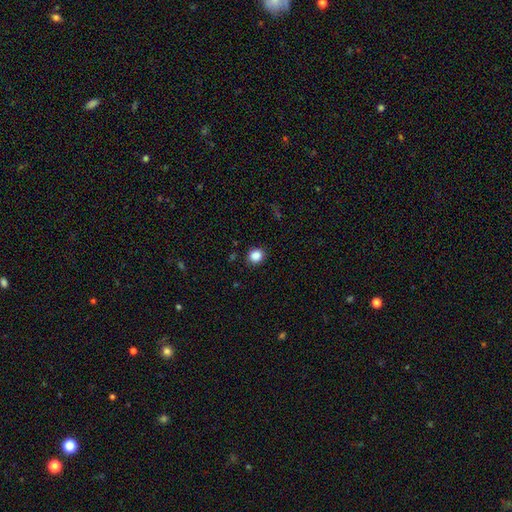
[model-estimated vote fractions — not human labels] smooth 87%, star or artifact 10%, featured or disk 3%. Down the decision tree: how rounded — round (81%); merging — none (90%).